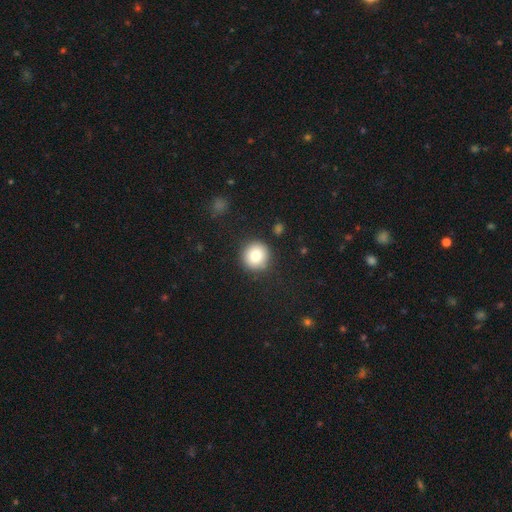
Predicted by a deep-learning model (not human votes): A smooth galaxy with no disk features (79%) that is round (95%). Merging: none (88%).